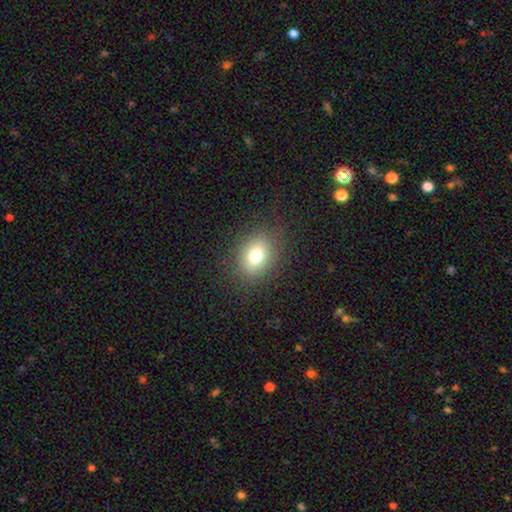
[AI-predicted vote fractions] Overall: smooth (74%). How rounded: in between (57%; round 42%). Merging: none (85%).